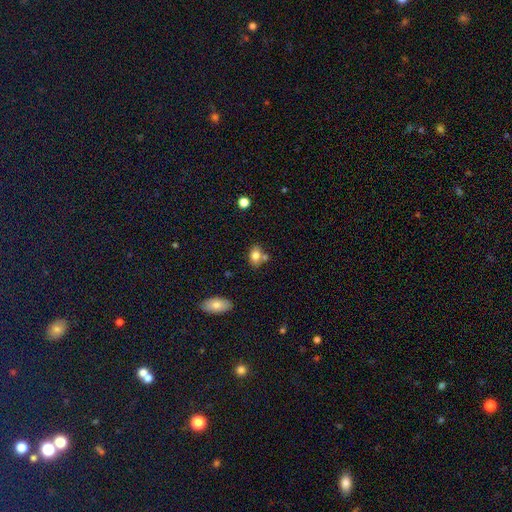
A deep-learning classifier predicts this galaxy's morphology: Smooth or featured?
  - smooth: 78% *
  - featured or disk: 13%
  - star or artifact: 9%
How rounded?
  - in between: 74% *
  - round: 24%
  - cigar-shaped: 2%
Merging?
  - none: 56% *
  - merger: 26%
  - minor disturbance: 14%
  - major disturbance: 4%